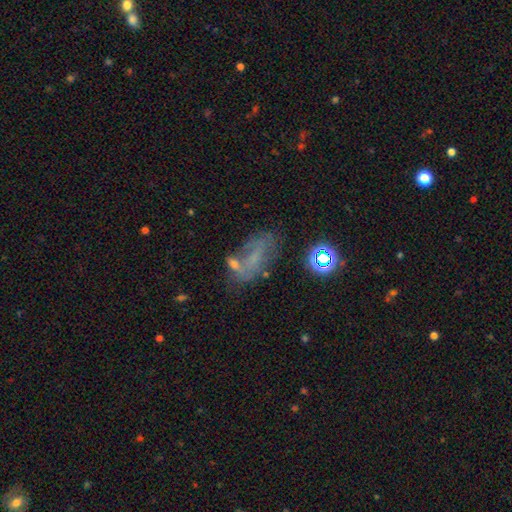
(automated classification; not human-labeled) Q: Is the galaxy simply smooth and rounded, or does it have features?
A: smooth — 41%.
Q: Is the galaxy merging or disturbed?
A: none — 46%.